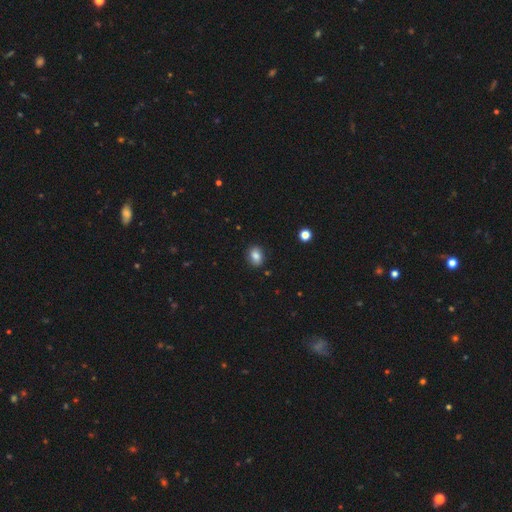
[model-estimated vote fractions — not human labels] This appears to be a smooth galaxy with no disk features (84%) that is in between round and cigar-shaped (63%). Merging: none (87%).